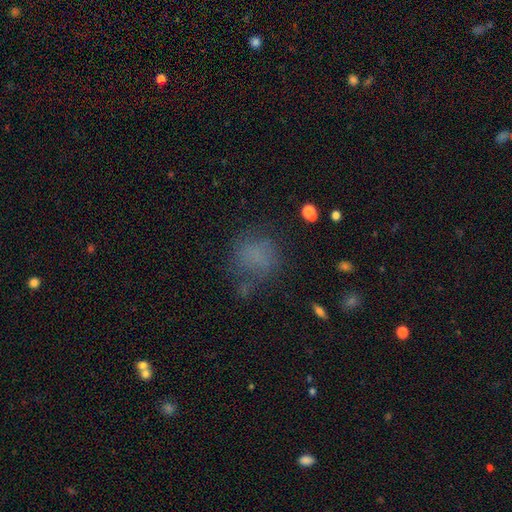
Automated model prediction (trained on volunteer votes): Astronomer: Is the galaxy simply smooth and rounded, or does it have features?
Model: smooth — 65%.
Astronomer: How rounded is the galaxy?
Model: round — 71%.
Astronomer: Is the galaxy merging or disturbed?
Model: none — 58%.